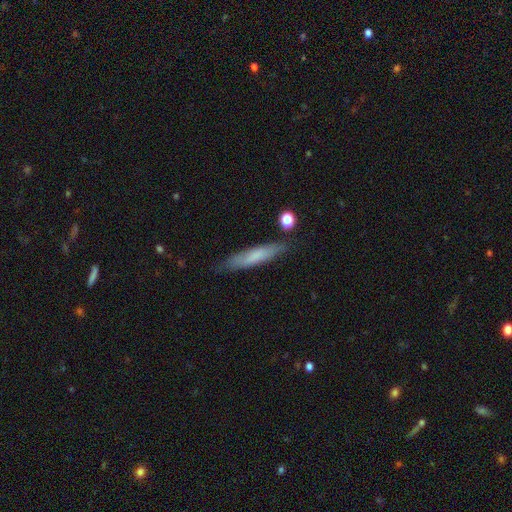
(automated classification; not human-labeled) A smooth galaxy with no disk features (66%) that is cigar-shaped (86%).

Vote fractions:
- Smooth or featured? smooth: 66% / featured or disk: 27% / star or artifact: 7%
- How rounded? cigar-shaped: 86% / in between: 12% / round: 1%
- Merging? none: 79% / minor disturbance: 15% / major disturbance: 3% / merger: 2%